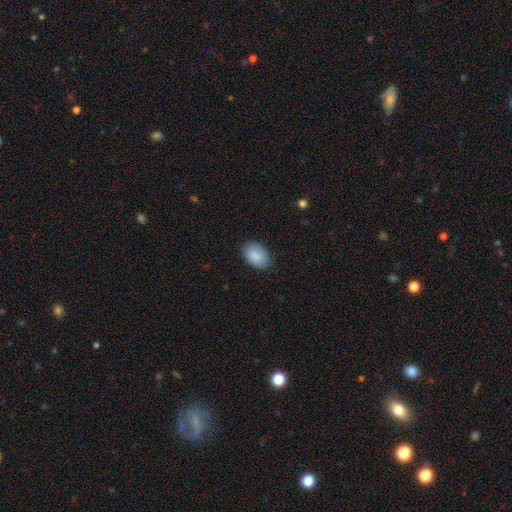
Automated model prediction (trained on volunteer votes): A smooth galaxy with no disk features (88%) that is in between round and cigar-shaped (85%). Merging: none (84%).